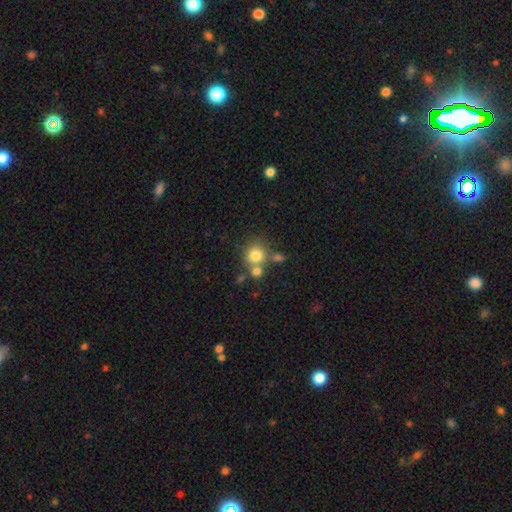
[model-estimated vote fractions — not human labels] Smooth or featured: smooth — 77% (star or artifact — 12%)
How rounded: round — 88% (in between — 11%)
Merging: none — 57% (merger — 29%)